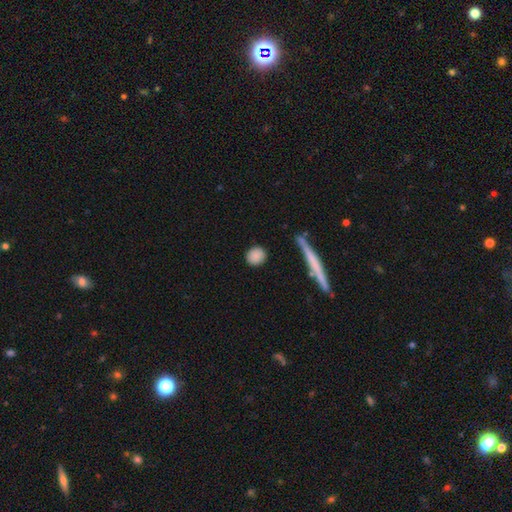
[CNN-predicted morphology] A smooth galaxy with no disk features (87%) that is round (75%). Merging: none (87%).